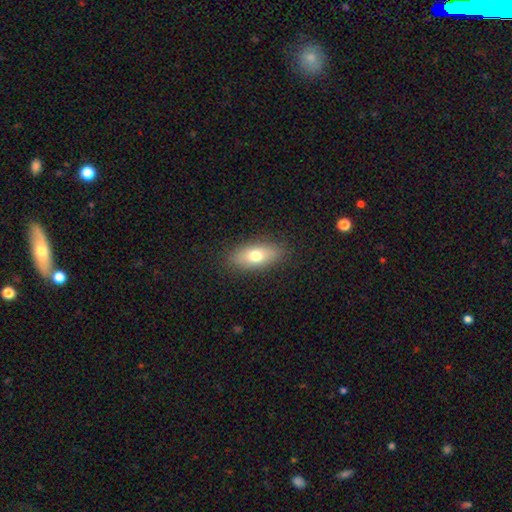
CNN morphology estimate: type=smooth (71%); roundness=in between (81%); merging=none (87%).